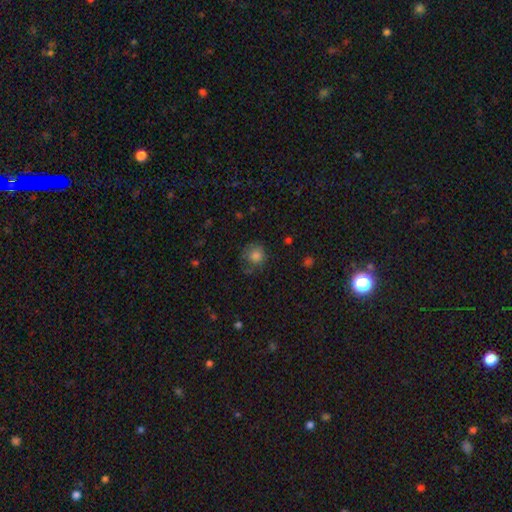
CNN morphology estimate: This is clearly a smooth galaxy (82%). How rounded: clearly round (88%). Merging: likely none (65%).